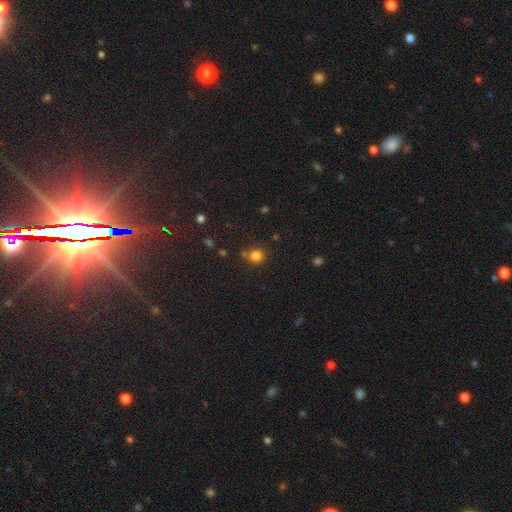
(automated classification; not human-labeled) smooth 80%, star or artifact 15%, featured or disk 5%. Down the decision tree: how rounded — round (88%); merging — none (73%).